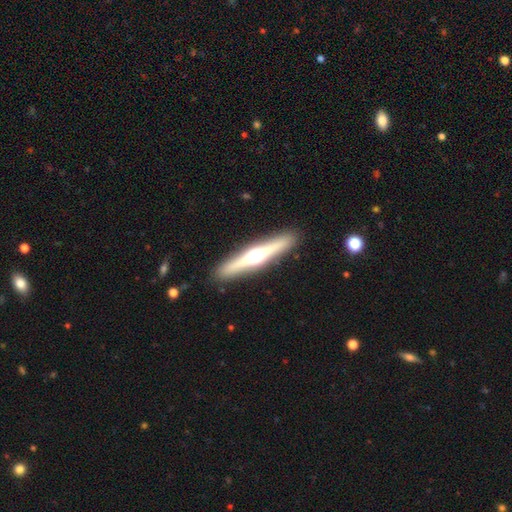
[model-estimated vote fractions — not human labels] Smooth or featured: featured or disk — 68% (smooth — 25%)
Edge-on disk: yes — 96% (no — 4%)
Edge-on bulge: rounded — 94% (boxy — 3%)
Merging: none — 90% (minor disturbance — 7%)